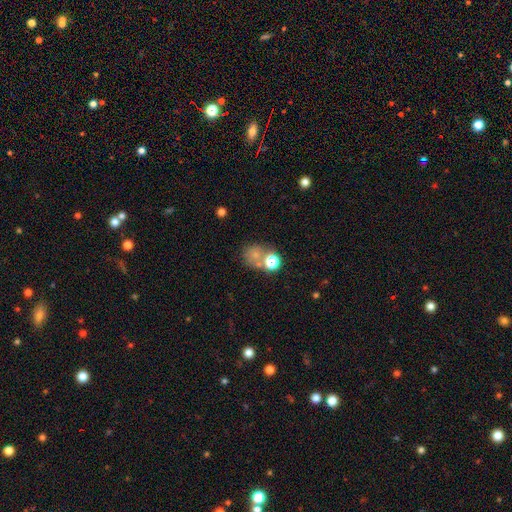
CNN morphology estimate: Q: Smooth or featured?
A: smooth (64%); runner-up: star or artifact (21%)
Q: How rounded?
A: round (72%); runner-up: in between (27%)
Q: Merging?
A: none (44%); runner-up: merger (35%)